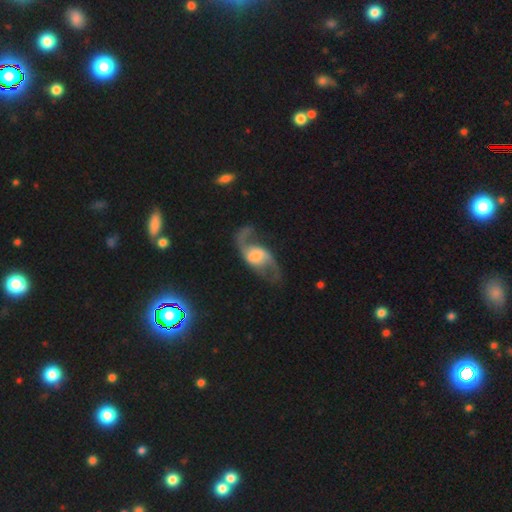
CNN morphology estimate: Smooth or featured?
  - featured or disk: 87% *
  - smooth: 8%
  - star or artifact: 5%
Edge-on disk?
  - no: 96% *
  - yes: 4%
Bar?
  - weak: 46% *
  - no: 32%
  - strong: 22%
Spiral arms?
  - yes: 96% *
  - no: 4%
Spiral winding?
  - loose: 69% *
  - medium: 26%
  - tight: 5%
Spiral arm count?
  - 2: 93% *
  - 1: 2%
  - can't tell: 2%
  - 3: 1%
  - 4: 1%
  - more than 4: 1%
Bulge size?
  - moderate: 32% *
  - small: 31%
  - large: 20%
  - none: 15%
  - dominant: 3%
Merging?
  - none: 70% *
  - minor disturbance: 14%
  - major disturbance: 12%
  - merger: 3%